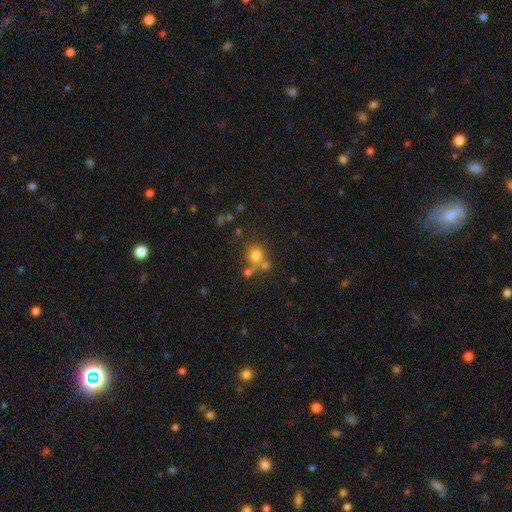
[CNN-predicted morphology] Smooth or featured? Predicted: smooth (p=0.73). How rounded? Predicted: round (p=0.86). Merging? Predicted: none (p=0.59).